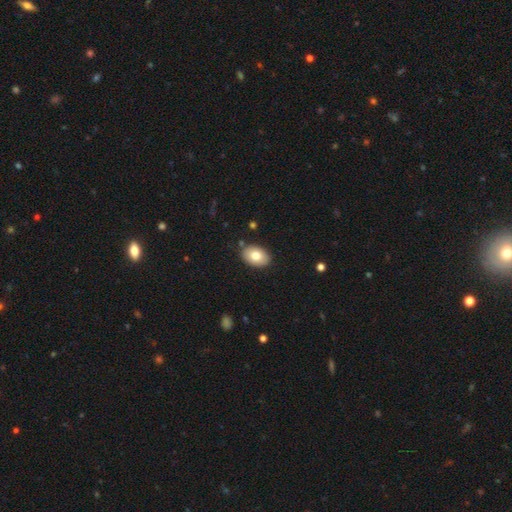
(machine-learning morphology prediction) This appears to be a smooth galaxy with no disk features (79%) that is in between round and cigar-shaped (86%). Merging: none (87%).